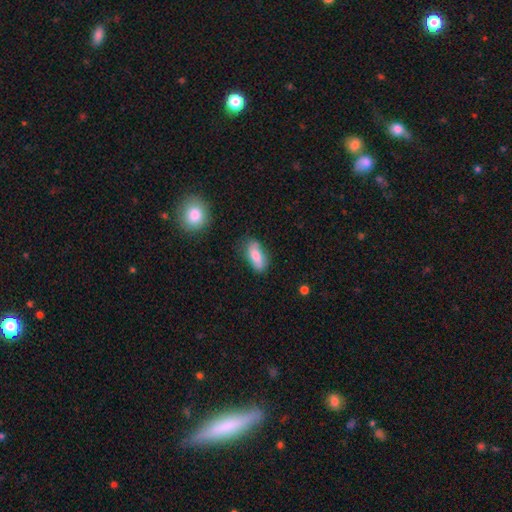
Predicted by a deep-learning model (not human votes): Overall: smooth (79%). How rounded: in between (83%). Merging: none (71%).